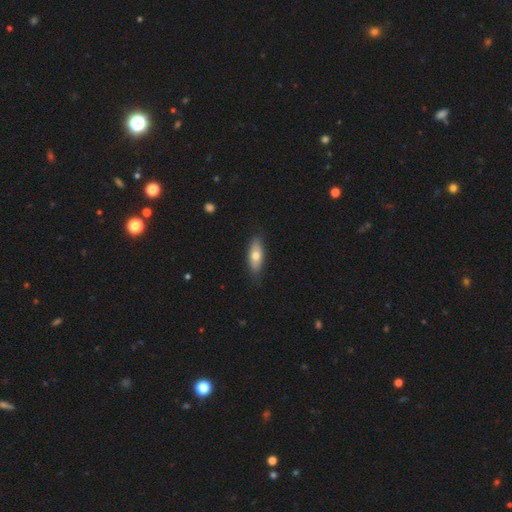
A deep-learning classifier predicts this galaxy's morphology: Smooth or featured?
  - smooth: 66% *
  - featured or disk: 28%
  - star or artifact: 6%
How rounded?
  - in between: 74% *
  - cigar-shaped: 23%
  - round: 3%
Merging?
  - none: 83% *
  - minor disturbance: 14%
  - major disturbance: 2%
  - merger: 1%